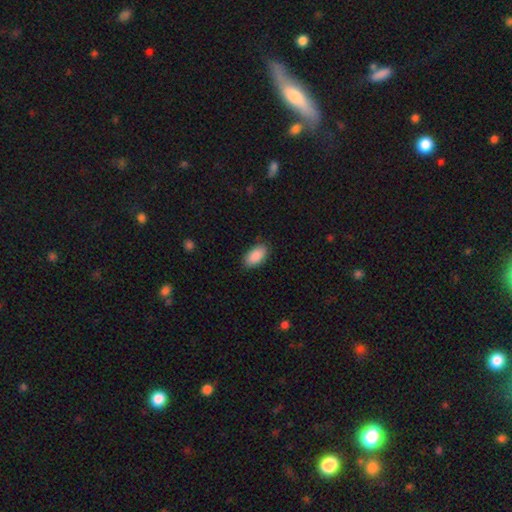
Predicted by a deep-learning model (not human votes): Smooth or featured?
  - smooth: 90% *
  - star or artifact: 6%
  - featured or disk: 4%
How rounded?
  - in between: 94% *
  - round: 3%
  - cigar-shaped: 3%
Merging?
  - none: 86% *
  - minor disturbance: 11%
  - major disturbance: 3%
  - merger: 1%